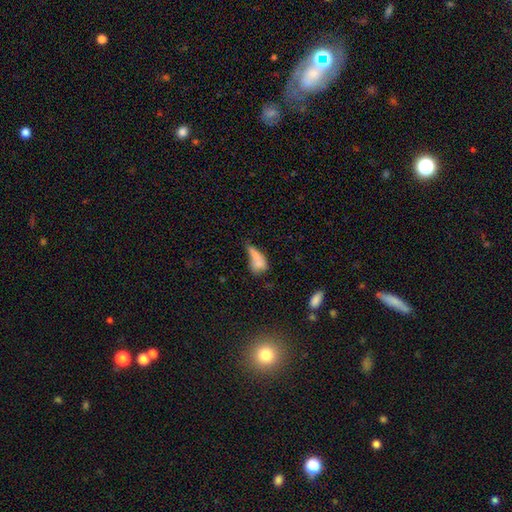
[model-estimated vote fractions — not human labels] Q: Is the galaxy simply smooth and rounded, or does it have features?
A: smooth — 61%.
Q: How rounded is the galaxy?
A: in between — 67%.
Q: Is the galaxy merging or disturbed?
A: merger — 35%.